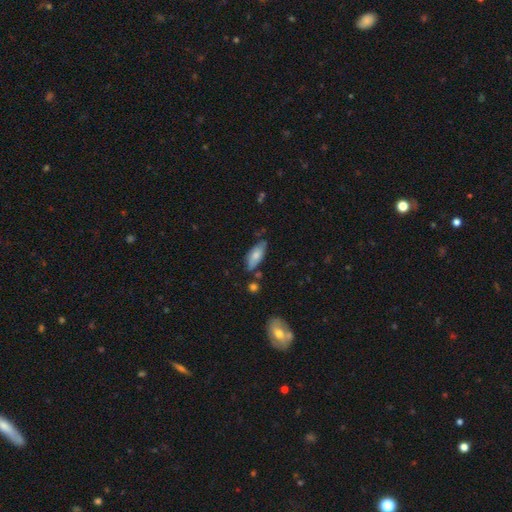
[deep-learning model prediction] Morphology: type=smooth (71%); roundness=in between (78%); merging=none (69%).